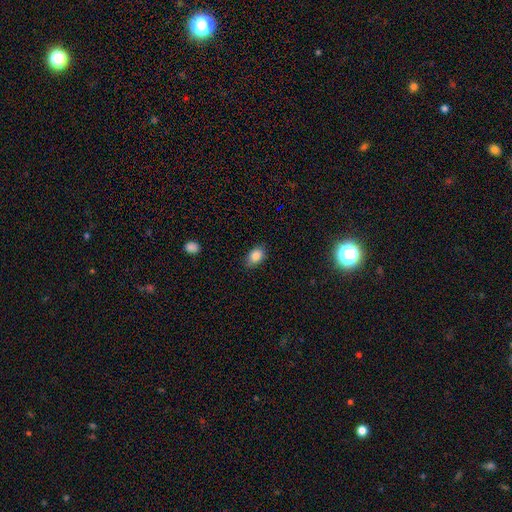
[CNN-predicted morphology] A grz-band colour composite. It shows a smooth galaxy with no disk features (85%) that is in between round and cigar-shaped (81%). Merging: none (81%).